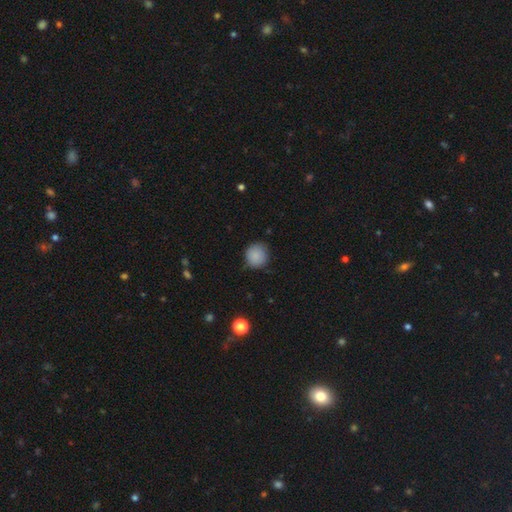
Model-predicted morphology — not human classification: Smooth or featured? Predicted: smooth (p=0.88). How rounded? Predicted: round (p=0.90). Merging? Predicted: none (p=0.82).